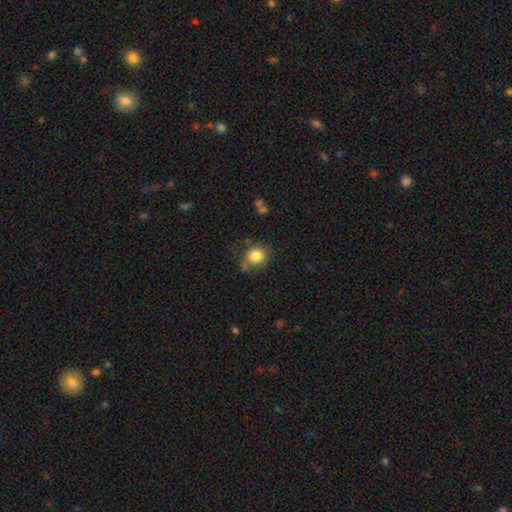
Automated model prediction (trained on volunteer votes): The model was most divided on "merging": none: 70%, minor disturbance: 19%, merger: 6%, major disturbance: 6%. More confident: smooth or featured — smooth (82%); how rounded — round (80%).